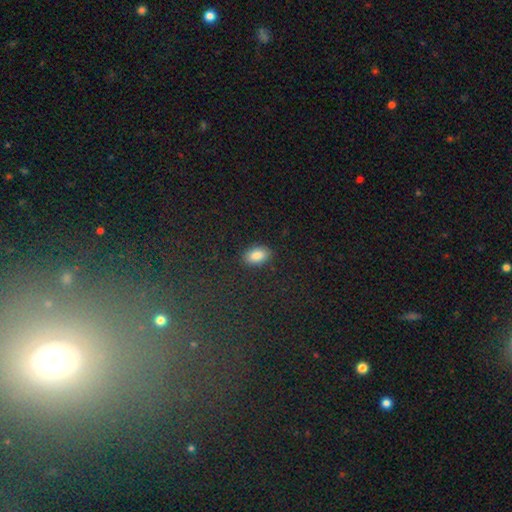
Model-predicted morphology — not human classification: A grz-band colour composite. It shows a smooth galaxy with no disk features (86%) that is in between round and cigar-shaped (92%). Merging: none (87%).